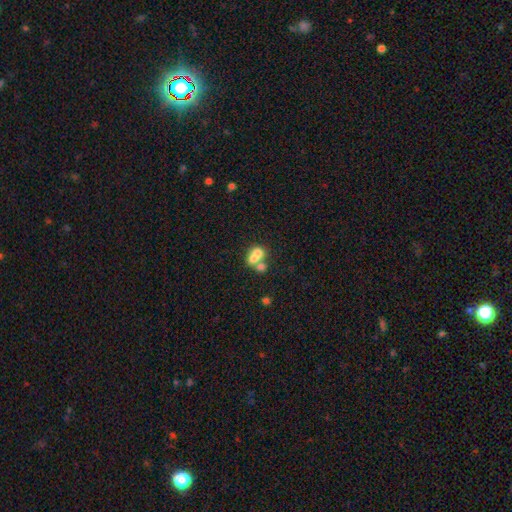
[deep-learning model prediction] The model was most divided on "how rounded": in between: 65%, round: 33%, cigar-shaped: 2%. More confident: merging — merger (67%); smooth or featured — smooth (65%).